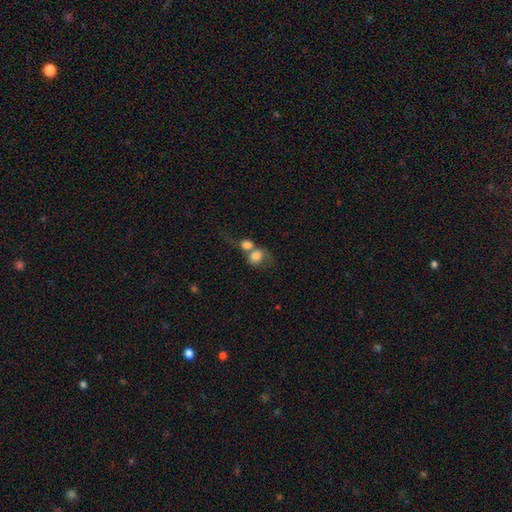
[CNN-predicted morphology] smooth-or-featured: smooth: 73% | featured or disk: 18% | star or artifact: 9%
  how-rounded: round: 62% | in between: 36% | cigar-shaped: 1%
  merging: merger: 72% | none: 12% | major disturbance: 11% | minor disturbance: 6%